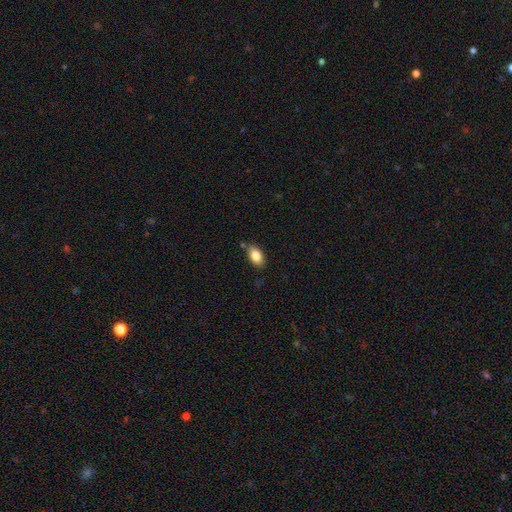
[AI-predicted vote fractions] Smooth or featured? Predicted: smooth (p=0.84). How rounded? Predicted: in between (p=0.91). Merging? Predicted: none (p=0.76).